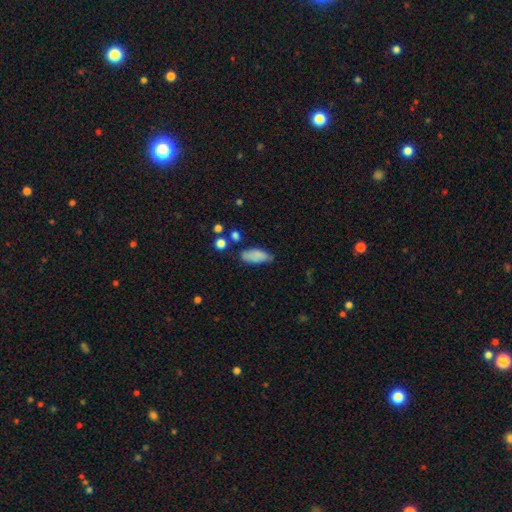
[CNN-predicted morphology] A smooth galaxy with no disk features (80%) that is in between round and cigar-shaped (83%).

Vote fractions:
- Smooth or featured? smooth: 80% / featured or disk: 12% / star or artifact: 8%
- How rounded? in between: 83% / cigar-shaped: 15% / round: 3%
- Merging? none: 55% / minor disturbance: 32% / major disturbance: 8% / merger: 5%